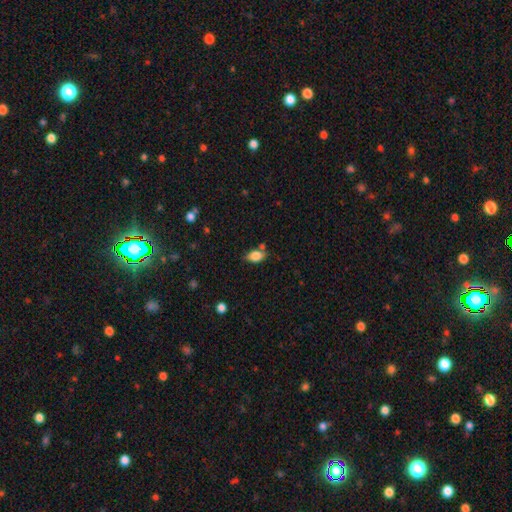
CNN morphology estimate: Smooth or featured?
  - smooth: 81% *
  - featured or disk: 11%
  - star or artifact: 9%
How rounded?
  - in between: 86% *
  - round: 10%
  - cigar-shaped: 4%
Merging?
  - none: 67% *
  - minor disturbance: 19%
  - merger: 10%
  - major disturbance: 4%